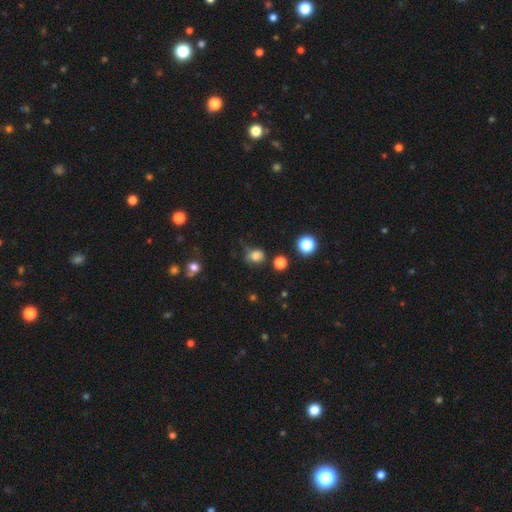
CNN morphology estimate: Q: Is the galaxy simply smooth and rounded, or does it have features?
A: smooth — 78%.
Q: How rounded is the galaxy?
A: round — 64%.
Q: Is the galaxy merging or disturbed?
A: none — 55%.